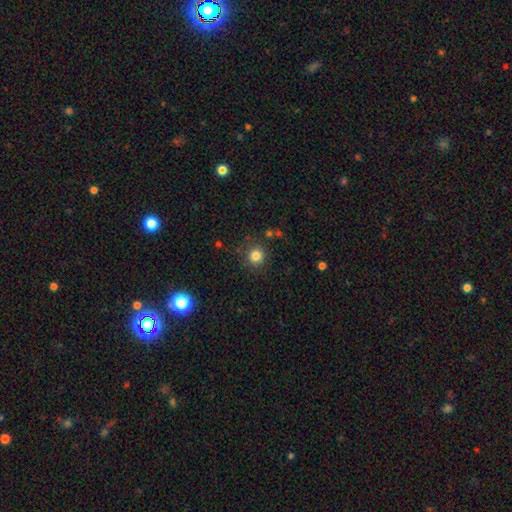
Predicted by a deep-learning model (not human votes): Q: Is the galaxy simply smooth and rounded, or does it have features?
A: smooth — 82%.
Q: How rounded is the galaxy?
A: round — 92%.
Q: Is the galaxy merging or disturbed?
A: none — 86%.